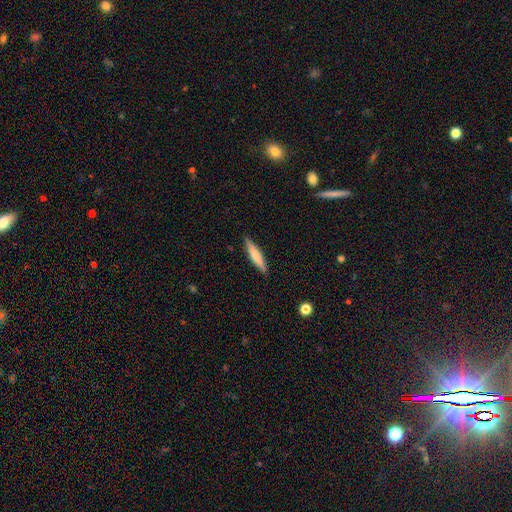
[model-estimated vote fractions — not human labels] This appears to be a smooth galaxy with no disk features (63%) that is cigar-shaped (89%). Merging: none (90%).